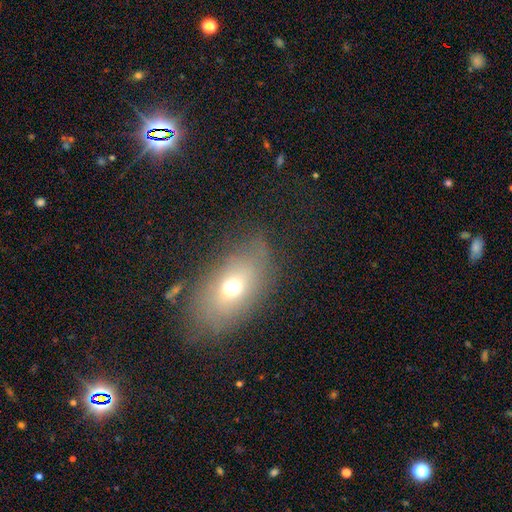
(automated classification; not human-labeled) Smooth or featured? Predicted: smooth (p=0.57). How rounded? Predicted: in between (p=0.83). Merging? Predicted: none (p=0.69).